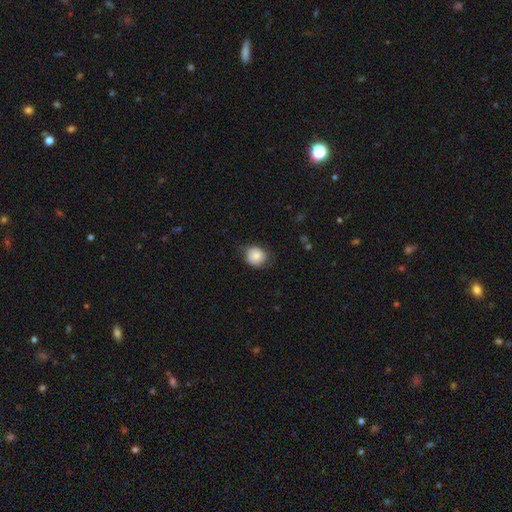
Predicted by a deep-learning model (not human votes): smooth-or-featured: smooth: 77% | featured or disk: 15% | star or artifact: 8%
  how-rounded: round: 80% | in between: 19% | cigar-shaped: 1%
  merging: none: 71% | minor disturbance: 22% | major disturbance: 6% | merger: 1%